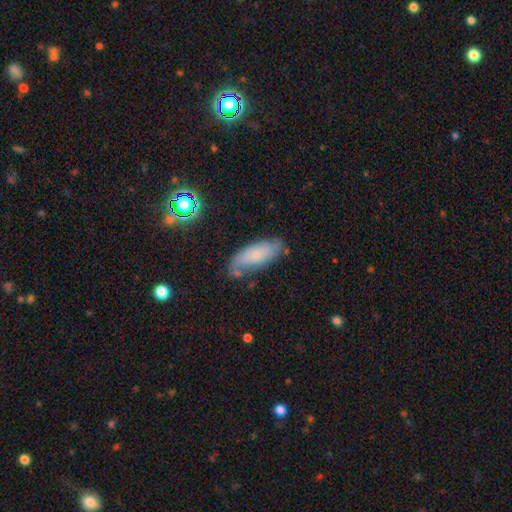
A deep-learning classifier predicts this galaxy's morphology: Smooth or featured? Predicted: smooth (p=0.65). How rounded? Predicted: in between (p=0.72). Merging? Predicted: none (p=0.67).